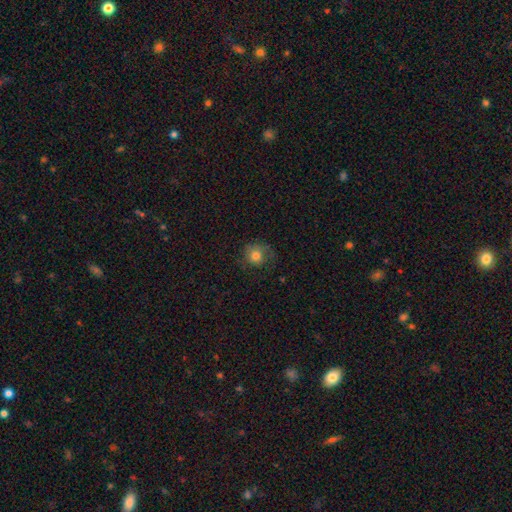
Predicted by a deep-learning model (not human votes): Smooth or featured?
  - smooth: 75% *
  - featured or disk: 15%
  - star or artifact: 10%
How rounded?
  - round: 83% *
  - in between: 16%
  - cigar-shaped: 1%
Merging?
  - none: 62% *
  - minor disturbance: 22%
  - major disturbance: 15%
  - merger: 1%